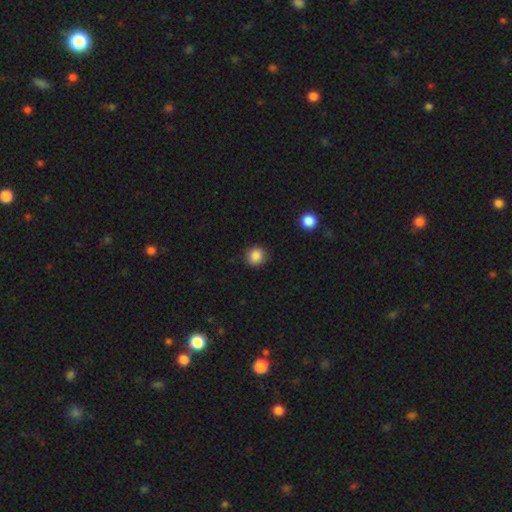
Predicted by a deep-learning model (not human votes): Morphology: type=smooth (87%); roundness=round (92%); merging=none (90%).